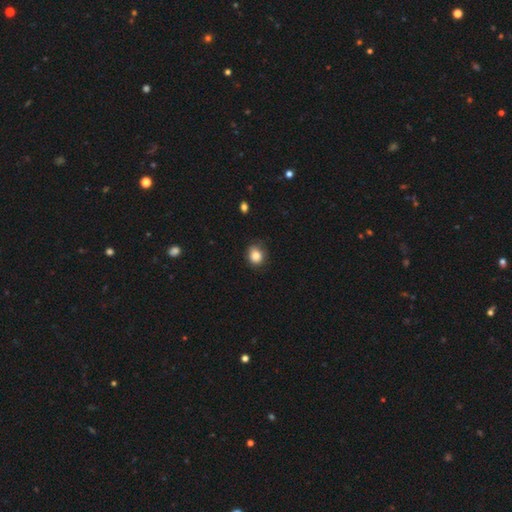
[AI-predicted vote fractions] Morphology: type=smooth (85%); roundness=round (71%); merging=none (75%).